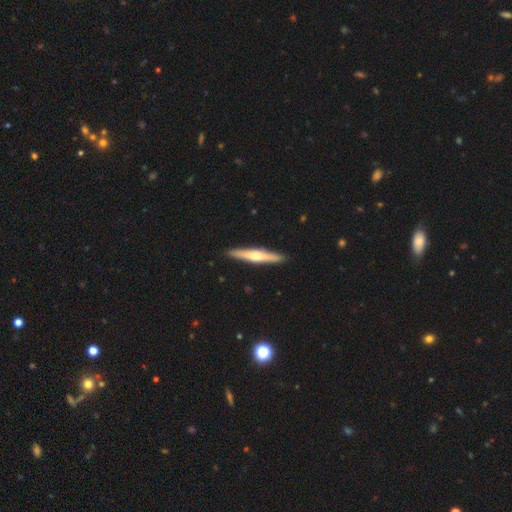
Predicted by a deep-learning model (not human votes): This appears to be a featured or disk galaxy (57%) viewed edge-on (96%) with a rounded central bulge (87%). Merging: none (92%).